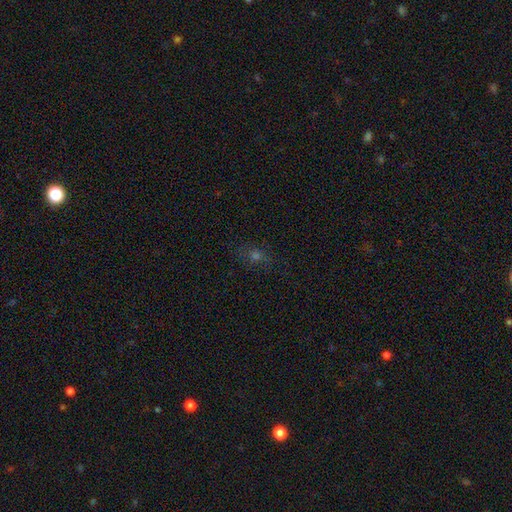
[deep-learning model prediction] The model was most divided on "smooth or featured": smooth: 43%, star or artifact: 39%, featured or disk: 18%. More confident: merging — none (81%).